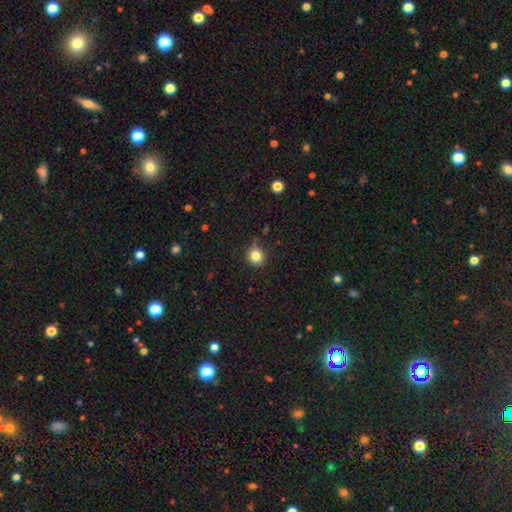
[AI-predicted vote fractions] Smooth or featured? smooth (83%)
How rounded? round (84%)
Merging? none (82%)